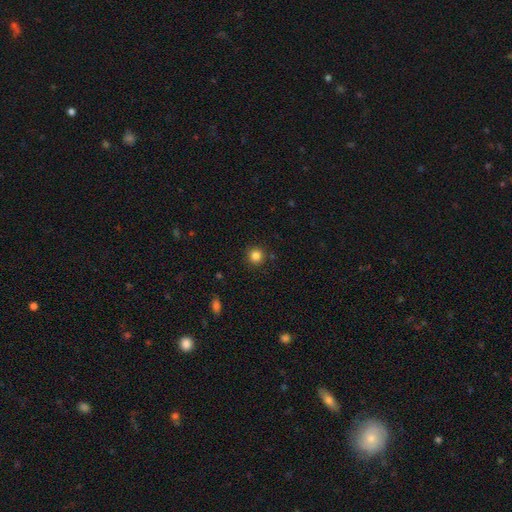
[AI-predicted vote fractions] Smooth or featured? Predicted: smooth (p=0.84). How rounded? Predicted: round (p=0.94). Merging? Predicted: none (p=0.90).